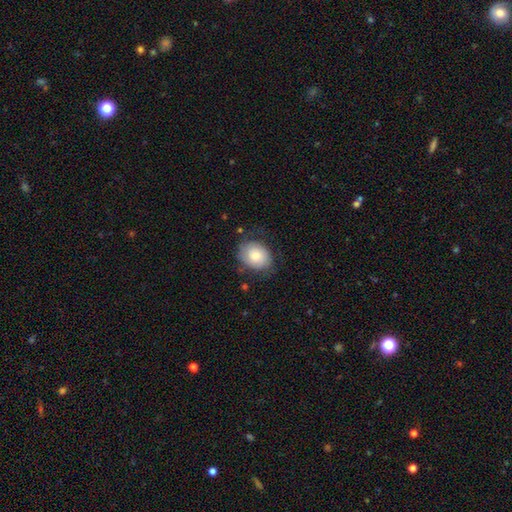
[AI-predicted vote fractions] smooth 71%, featured or disk 22%, star or artifact 7%. Down the decision tree: how rounded — in between (52%); merging — none (67%).